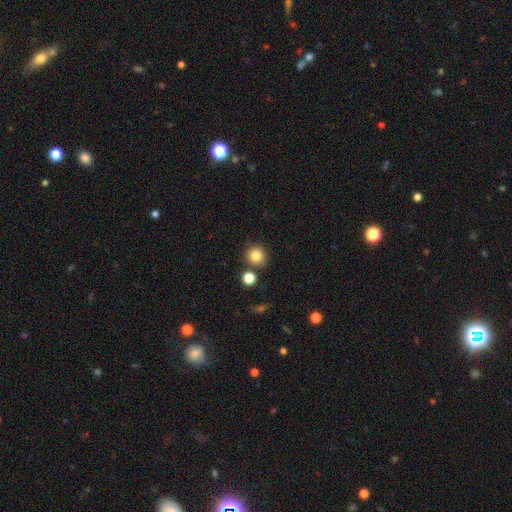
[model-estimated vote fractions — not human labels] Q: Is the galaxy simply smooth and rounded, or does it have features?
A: smooth — 83%.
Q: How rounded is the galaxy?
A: round — 91%.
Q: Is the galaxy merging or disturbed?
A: none — 81%.